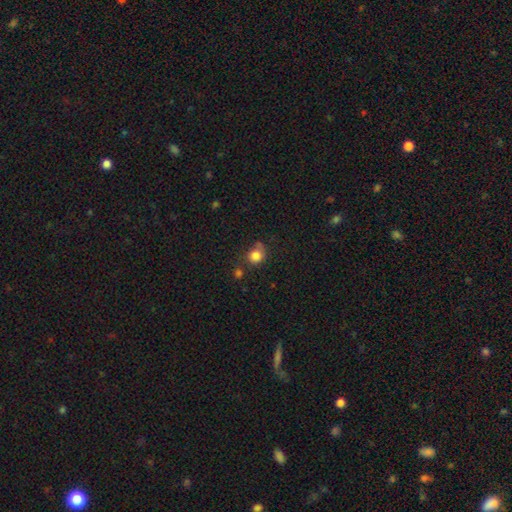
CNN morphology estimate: Overall: smooth (82%). How rounded: round (74%). Merging: none (54%; minor disturbance 24%).